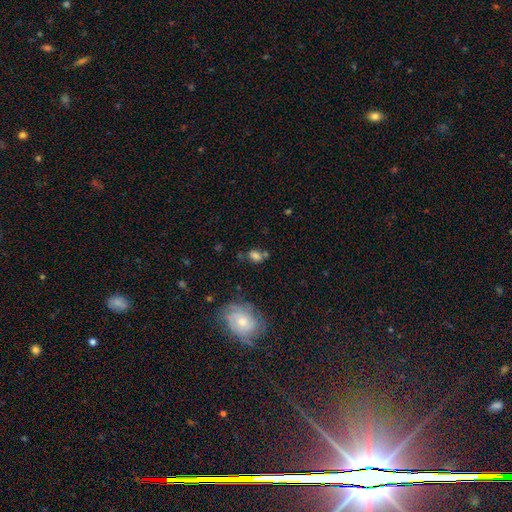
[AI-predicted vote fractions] Q: Smooth or featured?
A: smooth (70%); runner-up: featured or disk (16%)
Q: How rounded?
A: in between (73%); runner-up: round (25%)
Q: Merging?
A: none (59%); runner-up: minor disturbance (19%)